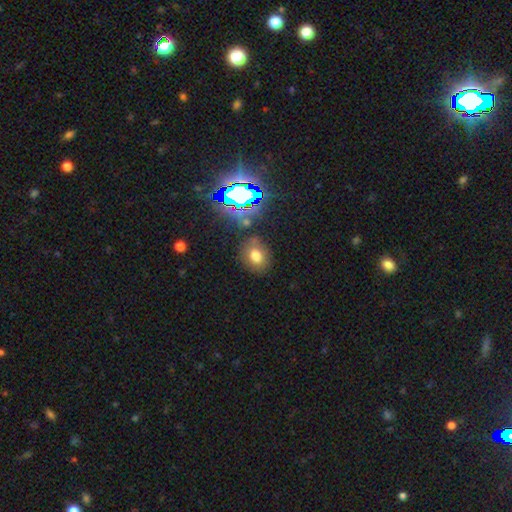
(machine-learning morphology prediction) type=smooth (67%); roundness=round (53%); merging=none (76%).